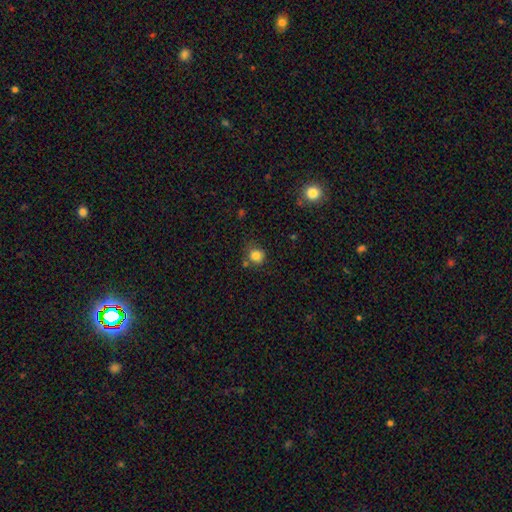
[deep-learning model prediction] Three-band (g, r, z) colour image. It shows a smooth galaxy with no disk features (83%) that is round (85%). Merging: none (67%).